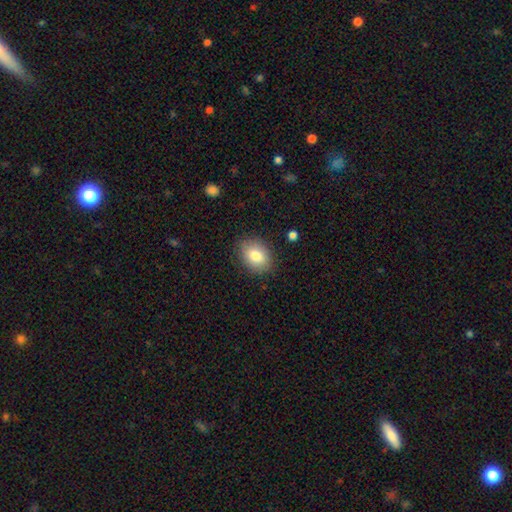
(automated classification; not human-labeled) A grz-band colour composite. It shows a smooth galaxy with no disk features (81%) that is in between round and cigar-shaped (66%). Merging: none (85%).